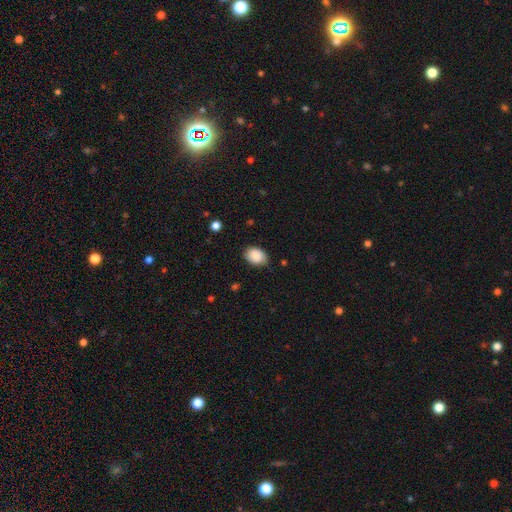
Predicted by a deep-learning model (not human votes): smooth_or_featured: smooth (p=0.87) [alt: star or artifact p=0.07]
how_rounded: in between (p=0.74) [alt: round p=0.26]
merging: none (p=0.78) [alt: minor disturbance p=0.17]